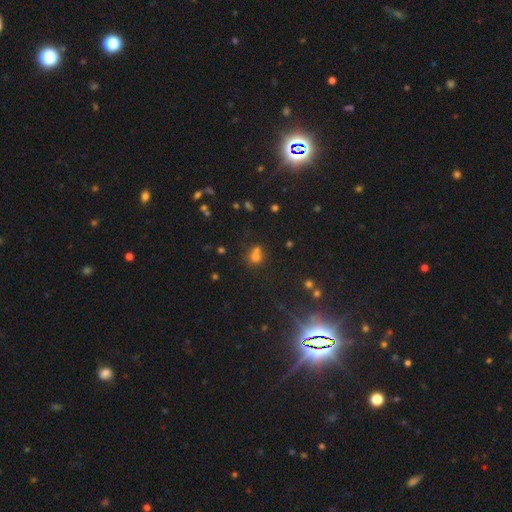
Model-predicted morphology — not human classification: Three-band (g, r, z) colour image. It shows a smooth galaxy with no disk features (63%) that is round (79%). Merging: none (46%).